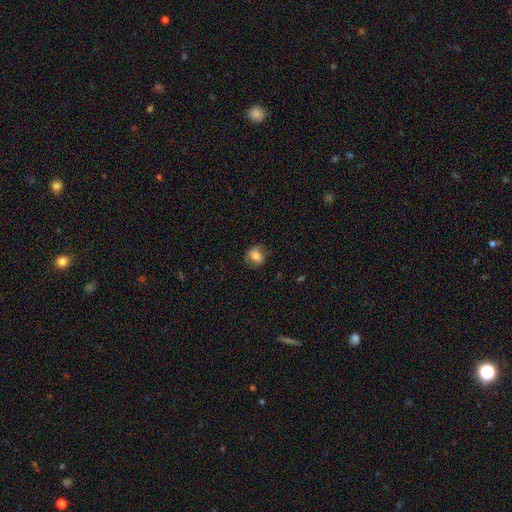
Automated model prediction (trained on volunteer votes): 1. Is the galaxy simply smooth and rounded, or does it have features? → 75% smooth, 16% featured or disk, 9% star or artifact.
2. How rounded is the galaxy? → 57% round, 41% in between, 1% cigar-shaped.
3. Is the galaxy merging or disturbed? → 74% none, 18% minor disturbance, 7% major disturbance, 1% merger.